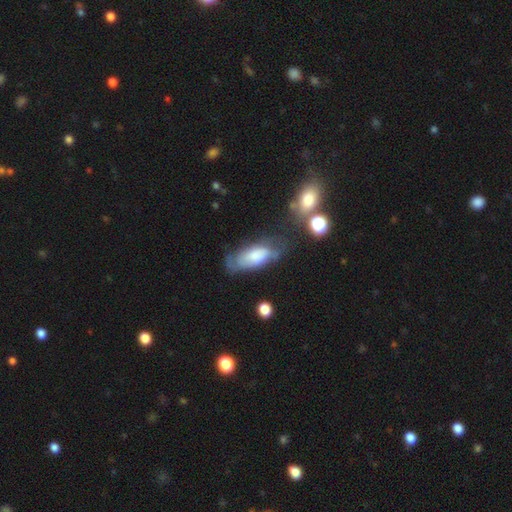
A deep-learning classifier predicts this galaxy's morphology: The model was most divided on "smooth or featured": smooth: 54%, featured or disk: 39%, star or artifact: 7%. Remaining: how rounded — in between (85%); merging — none (48%).